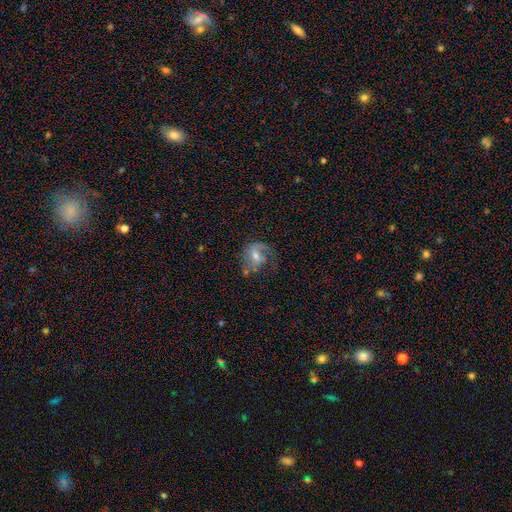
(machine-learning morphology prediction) Q: Smooth or featured?
A: featured or disk (65%); runner-up: smooth (27%)
Q: Edge-on disk?
A: no (97%); runner-up: yes (3%)
Q: Bar?
A: weak (48%); runner-up: no (32%)
Q: Spiral arms?
A: yes (81%); runner-up: no (19%)
Q: Spiral winding?
A: medium (42%); tied with: loose (42%)
Q: Spiral arm count?
A: 2 (46%); runner-up: 1 (41%)
Q: Bulge size?
A: moderate (59%); runner-up: small (32%)
Q: Merging?
A: none (47%); runner-up: major disturbance (24%)